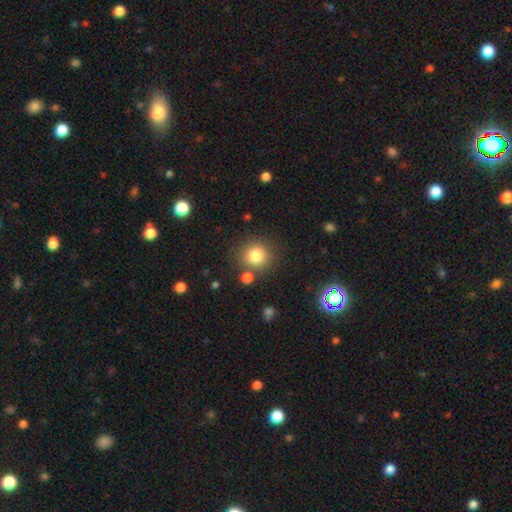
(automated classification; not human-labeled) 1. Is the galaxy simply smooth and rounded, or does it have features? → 82% smooth, 12% star or artifact, 7% featured or disk.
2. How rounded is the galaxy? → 90% round, 9% in between, 1% cigar-shaped.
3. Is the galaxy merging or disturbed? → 79% none, 9% minor disturbance, 8% merger, 4% major disturbance.